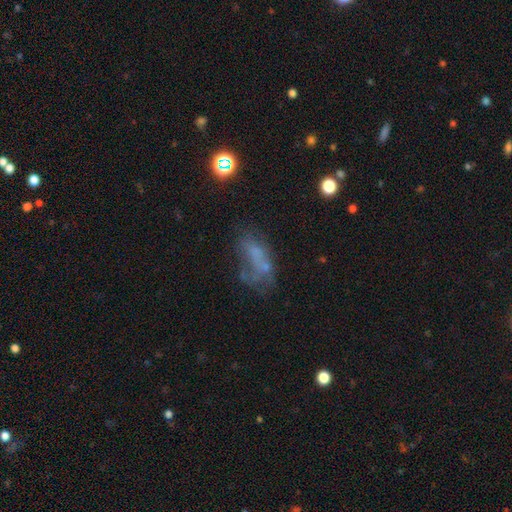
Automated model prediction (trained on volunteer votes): The model was most divided on "smooth or featured": featured or disk: 40%, smooth: 39%, star or artifact: 21%. Remaining: merging — major disturbance (34%).